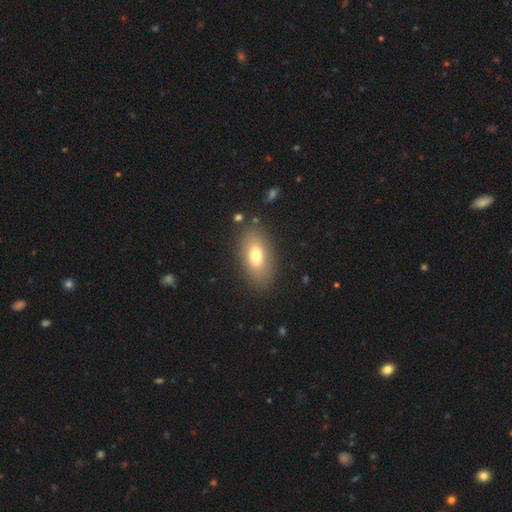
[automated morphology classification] This is likely a smooth galaxy (73%). How rounded: clearly in between (88%). Merging: clearly none (84%).